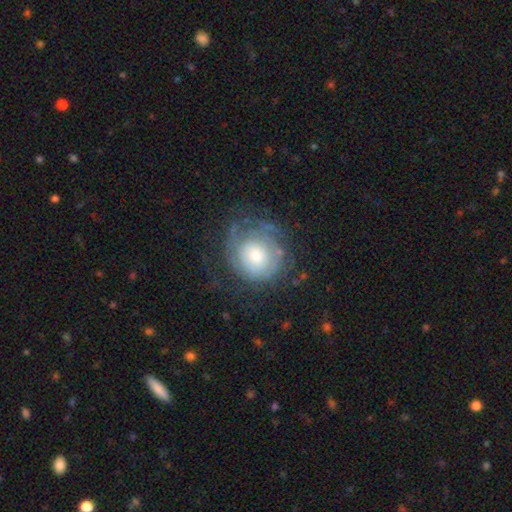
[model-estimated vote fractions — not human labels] smooth-or-featured: featured or disk: 60% | smooth: 32% | star or artifact: 8%
  disk-edge-on: no: 97% | yes: 3%
    bar: no: 82% | weak: 15% | strong: 3%
    has-spiral-arms: yes: 73% | no: 27%
    bulge-size: moderate: 54% | small: 31% | large: 12% | dominant: 2% | none: 2%
  merging: none: 61% | minor disturbance: 20% | major disturbance: 18% | merger: 1%